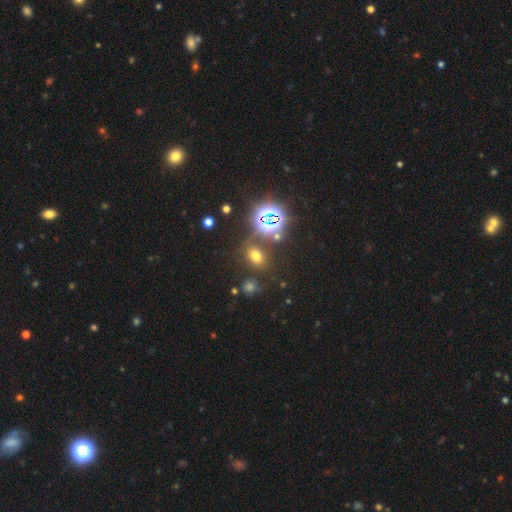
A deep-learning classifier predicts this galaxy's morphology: type=smooth (54%); roundness=in between (67%); merging=none (77%).